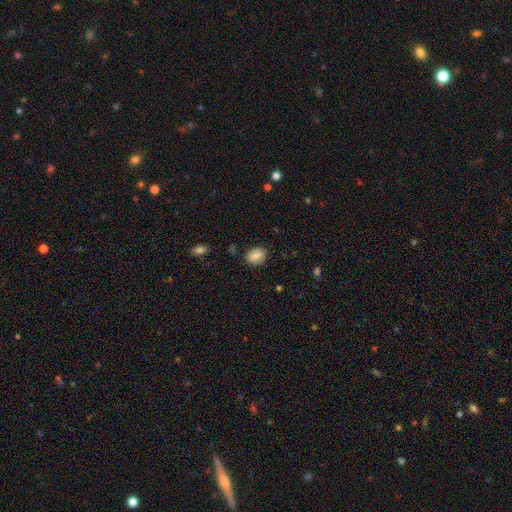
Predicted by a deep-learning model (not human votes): smooth-or-featured: smooth: 83% | featured or disk: 9% | star or artifact: 8%
  how-rounded: in between: 50% | round: 49% | cigar-shaped: 1%
  merging: none: 84% | minor disturbance: 12% | major disturbance: 3% | merger: 2%